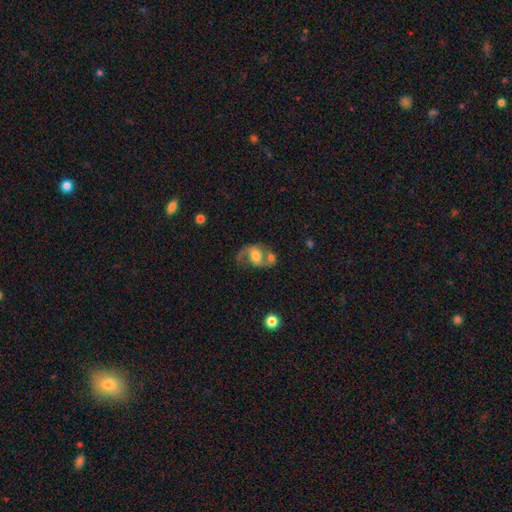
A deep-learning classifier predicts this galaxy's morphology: Smooth or featured? Predicted: featured or disk (p=0.66). Edge-on disk? Predicted: no (p=0.97). Bar? Predicted: no (p=0.46). Spiral arms? Predicted: yes (p=0.85). Spiral winding? Predicted: loose (p=0.50). Spiral arm count? Predicted: 2 (p=0.77). Bulge size? Predicted: moderate (p=0.57). Merging? Predicted: merger (p=0.41).